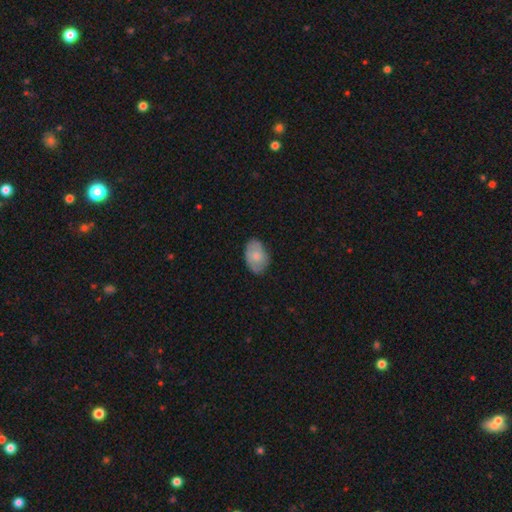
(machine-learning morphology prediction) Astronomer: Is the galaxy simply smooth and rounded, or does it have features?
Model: smooth — 72%.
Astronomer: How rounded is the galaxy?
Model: in between — 86%.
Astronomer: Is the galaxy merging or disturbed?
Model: none — 75%.